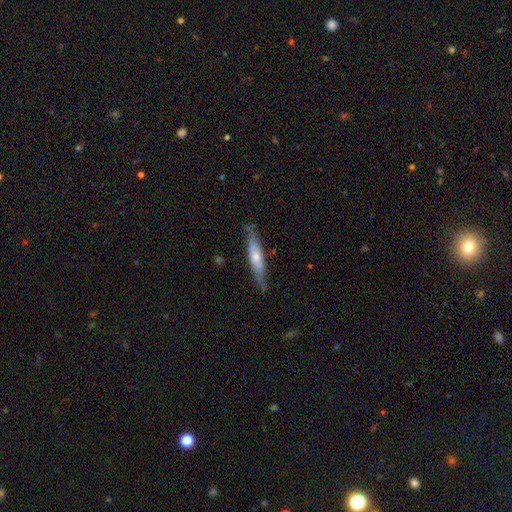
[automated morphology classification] smooth-or-featured: featured or disk: 63% | smooth: 31% | star or artifact: 6%
  disk-edge-on: yes: 82% | no: 18%
    edge-on-bulge: rounded: 69% | none: 21% | boxy: 10%
  merging: none: 80% | minor disturbance: 15% | major disturbance: 3% | merger: 1%